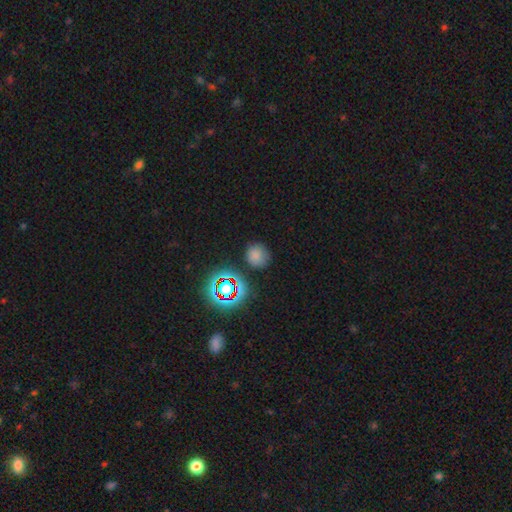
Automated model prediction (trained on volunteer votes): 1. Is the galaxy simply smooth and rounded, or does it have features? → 72% smooth, 21% star or artifact, 7% featured or disk.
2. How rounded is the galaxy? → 83% round, 15% in between, 1% cigar-shaped.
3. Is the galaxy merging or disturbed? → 81% none, 12% minor disturbance, 4% major disturbance, 3% merger.